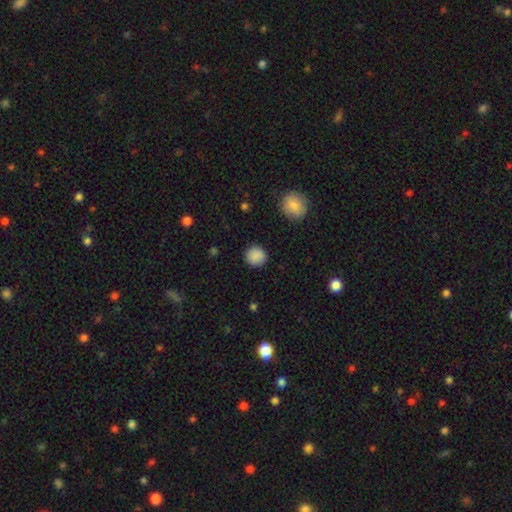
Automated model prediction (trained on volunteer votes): Smooth or featured? smooth (88%)
How rounded? round (92%)
Merging? none (90%)